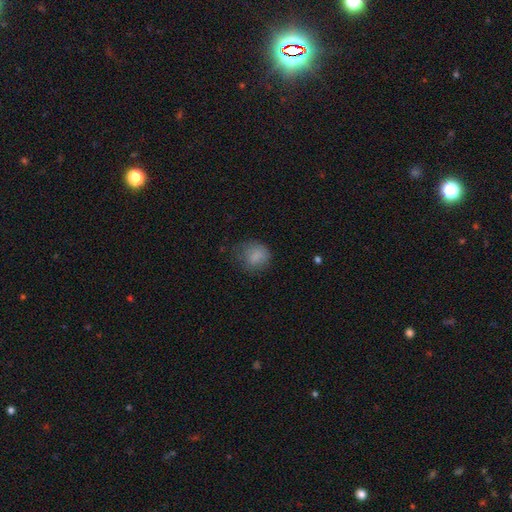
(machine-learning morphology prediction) This is clearly a smooth galaxy (80%). How rounded: likely round (69%). Merging: possibly none (52%).